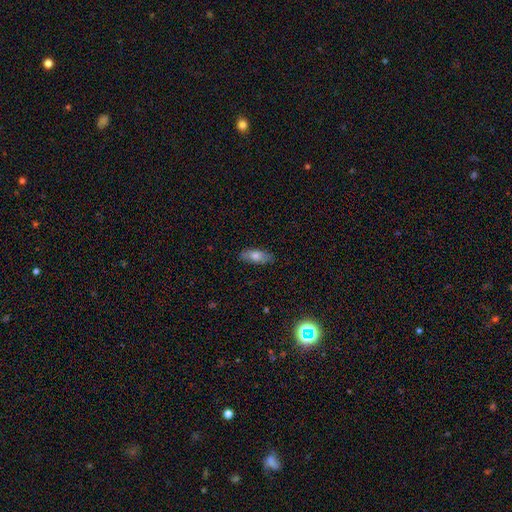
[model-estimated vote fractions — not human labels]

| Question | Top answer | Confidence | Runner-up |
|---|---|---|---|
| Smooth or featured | smooth | 74% | featured or disk (19%) |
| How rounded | in between | 77% | cigar-shaped (20%) |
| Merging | none | 85% | minor disturbance (11%) |